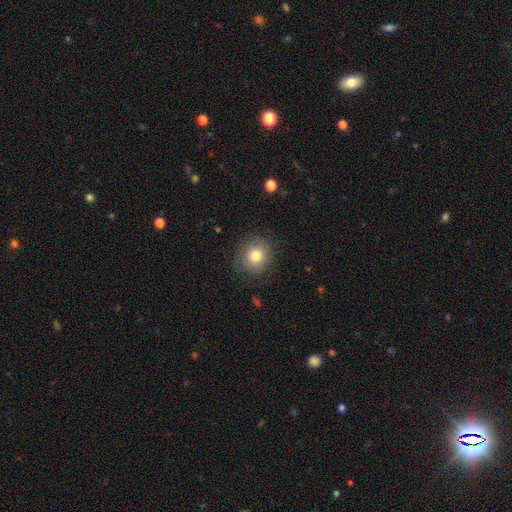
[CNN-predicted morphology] This is likely a smooth galaxy (78%). How rounded: clearly round (85%). Merging: clearly none (82%).